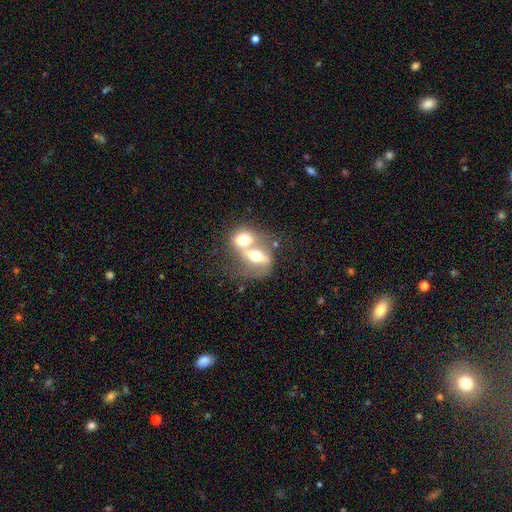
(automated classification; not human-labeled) smooth 51%, featured or disk 41%, star or artifact 8%. Down the decision tree: how rounded — in between (70%); merging — merger (77%).